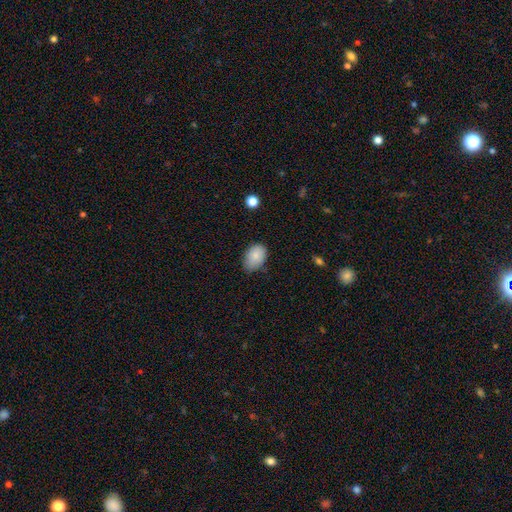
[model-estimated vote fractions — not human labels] This is clearly a smooth galaxy (84%). How rounded: clearly in between (85%). Merging: likely none (65%).